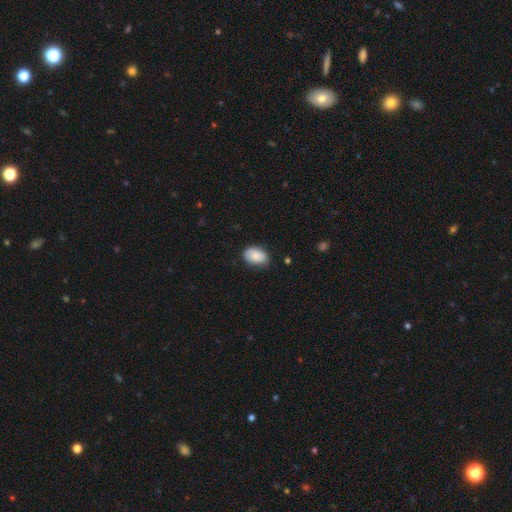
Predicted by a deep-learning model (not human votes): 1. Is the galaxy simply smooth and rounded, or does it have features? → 86% smooth, 7% featured or disk, 7% star or artifact.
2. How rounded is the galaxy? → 89% in between, 10% round, 1% cigar-shaped.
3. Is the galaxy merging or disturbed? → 71% none, 24% minor disturbance, 4% major disturbance, 1% merger.